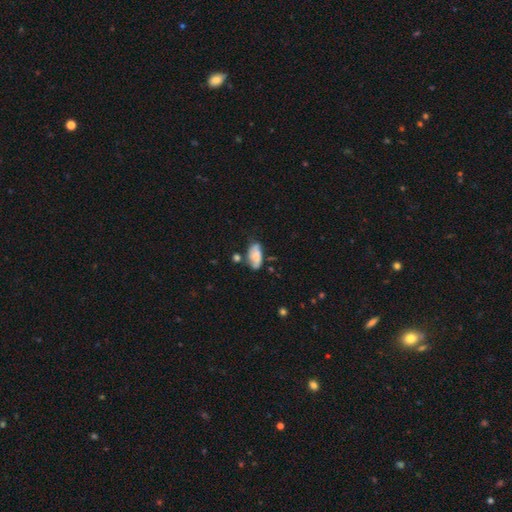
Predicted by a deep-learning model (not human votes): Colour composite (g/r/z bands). It shows a smooth galaxy with no disk features (65%) that is in between round and cigar-shaped (90%). Merging: none (61%).